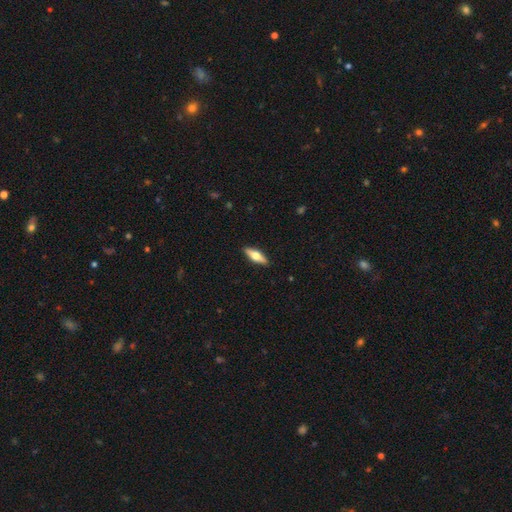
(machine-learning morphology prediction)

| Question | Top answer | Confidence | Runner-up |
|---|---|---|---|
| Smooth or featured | smooth | 48% | featured or disk (46%) |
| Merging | none | 90% | minor disturbance (7%) |